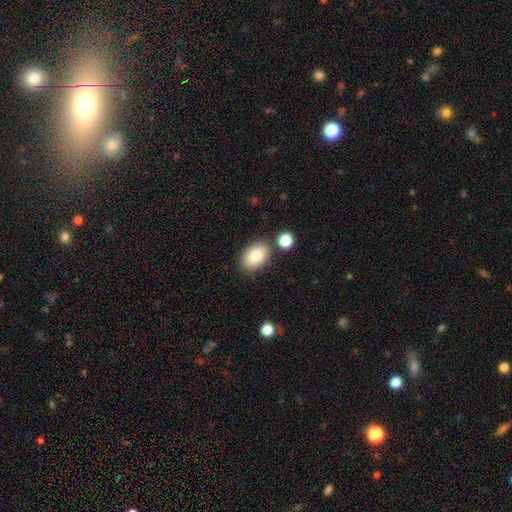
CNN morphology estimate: Overall: smooth (86%). How rounded: in between (91%). Merging: none (79%).